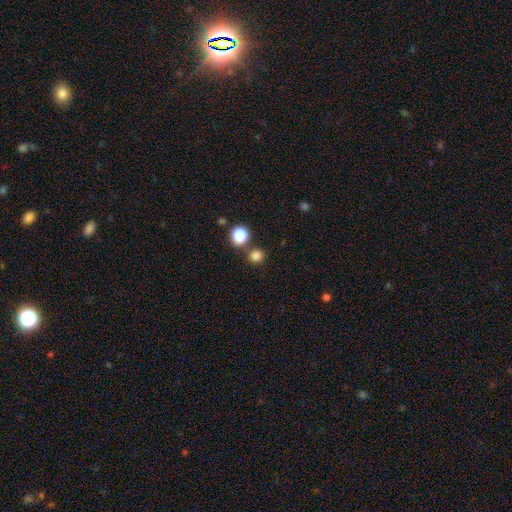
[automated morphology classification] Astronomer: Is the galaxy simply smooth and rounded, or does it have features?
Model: smooth — 81%.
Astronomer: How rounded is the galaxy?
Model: round — 83%.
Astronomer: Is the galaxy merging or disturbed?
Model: none — 73%.